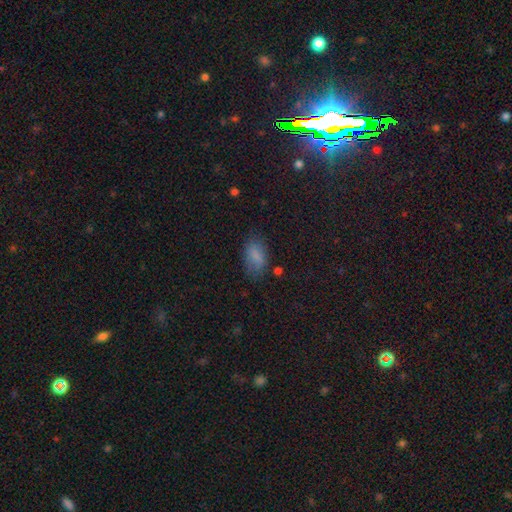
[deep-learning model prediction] This is likely a smooth galaxy (80%). How rounded: clearly in between (92%). Merging: likely none (69%).